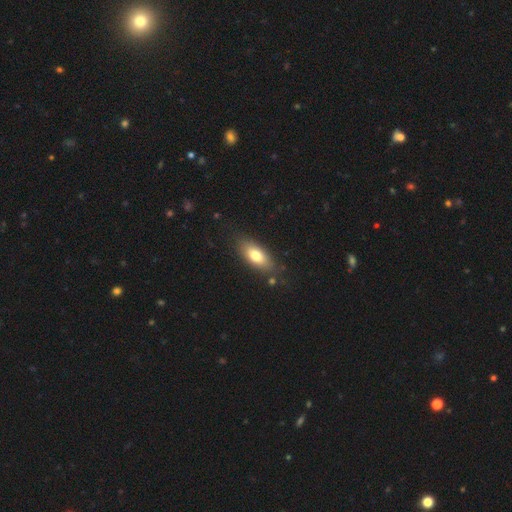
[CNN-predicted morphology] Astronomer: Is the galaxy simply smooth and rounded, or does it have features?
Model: smooth — 74%.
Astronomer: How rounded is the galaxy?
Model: in between — 81%.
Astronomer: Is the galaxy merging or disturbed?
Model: none — 80%.